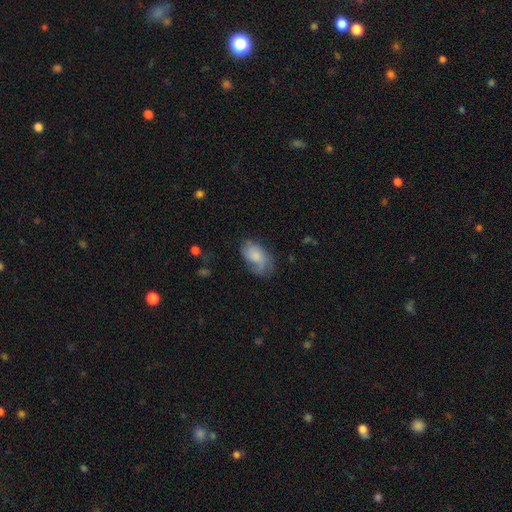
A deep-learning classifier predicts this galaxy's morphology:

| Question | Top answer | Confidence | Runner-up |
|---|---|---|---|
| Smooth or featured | smooth | 62% | featured or disk (30%) |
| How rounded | in between | 91% | round (7%) |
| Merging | none | 49% | minor disturbance (30%) |